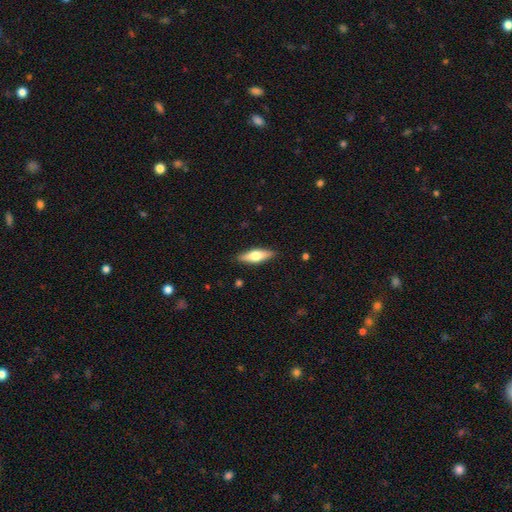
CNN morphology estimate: Smooth or featured? Predicted: smooth (p=0.51). How rounded? Predicted: in between (p=0.49). Merging? Predicted: none (p=0.88).